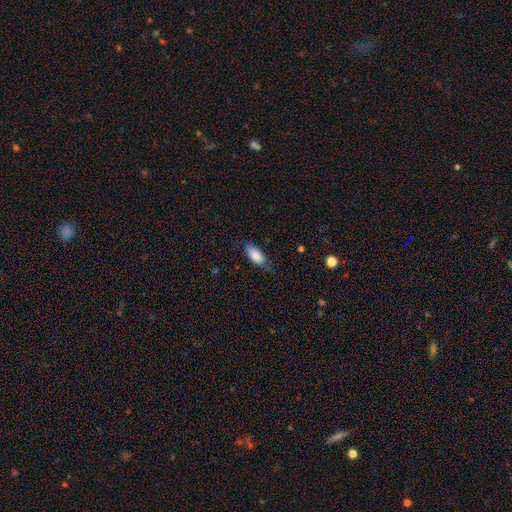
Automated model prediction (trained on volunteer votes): Q: Smooth or featured?
A: smooth (84%); runner-up: featured or disk (9%)
Q: How rounded?
A: in between (84%); runner-up: cigar-shaped (13%)
Q: Merging?
A: none (63%); runner-up: minor disturbance (28%)